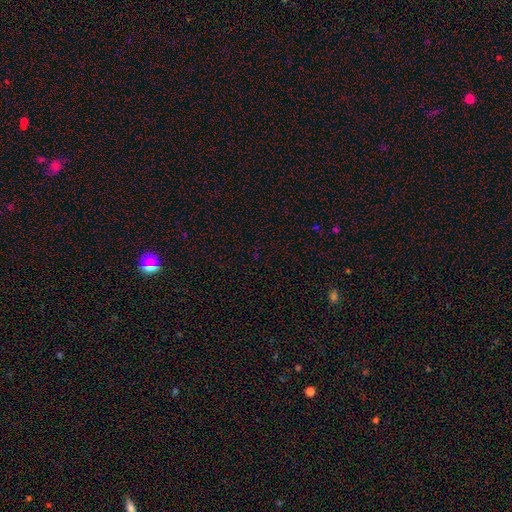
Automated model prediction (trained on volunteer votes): A star or artifact, not a galaxy (68%).

Vote fractions:
- Smooth or featured? star or artifact: 68% / smooth: 25% / featured or disk: 7%